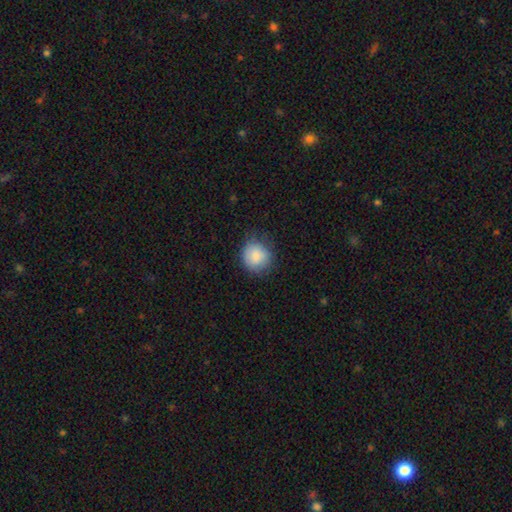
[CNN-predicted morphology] This appears to be a smooth galaxy with no disk features (87%) that is round (85%). Merging: none (75%).